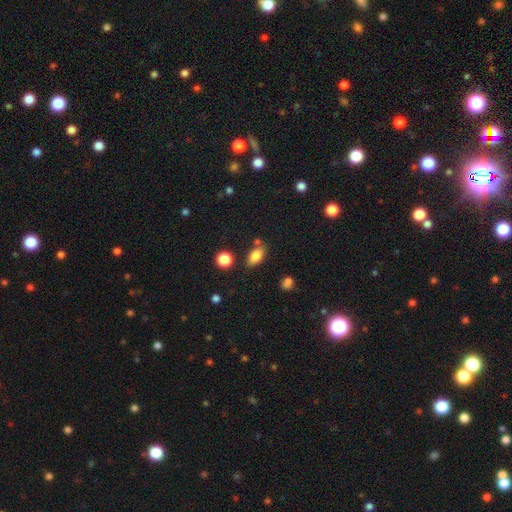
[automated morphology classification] Smooth or featured? smooth (82%)
How rounded? in between (87%)
Merging? none (72%)